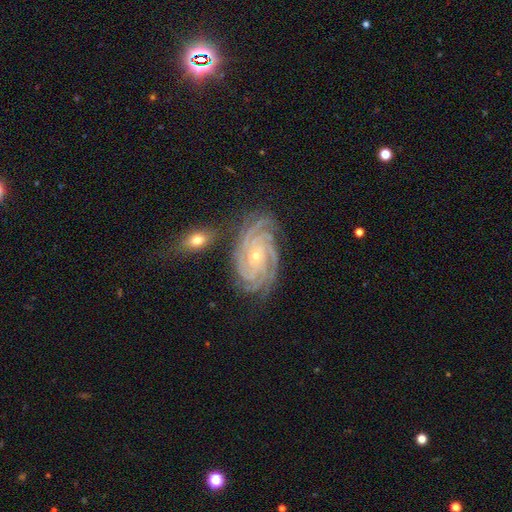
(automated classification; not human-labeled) A featured or disk galaxy (91%) with no bar (64%), 4 (40%) tight (83%) spiral arms (99%) and a small central bulge (72%). Merging: none (76%).